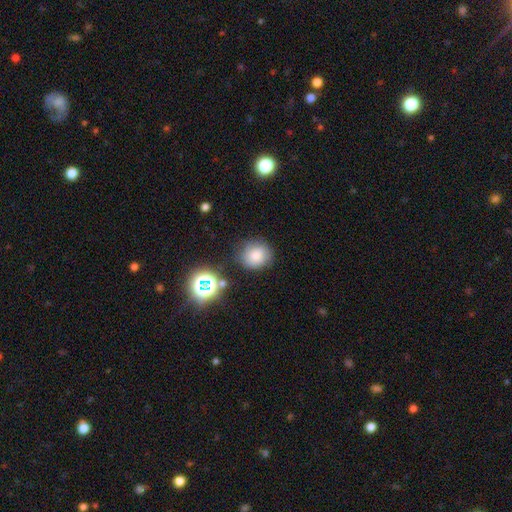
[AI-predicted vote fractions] smooth_or_featured: smooth (p=0.77) [alt: star or artifact p=0.14]
how_rounded: round (p=0.81) [alt: in between p=0.18]
merging: none (p=0.77) [alt: minor disturbance p=0.15]